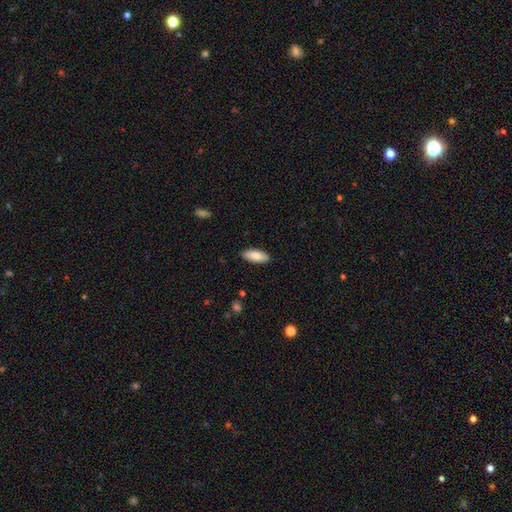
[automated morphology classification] Overall: smooth (85%). How rounded: in between (79%). Merging: none (89%).